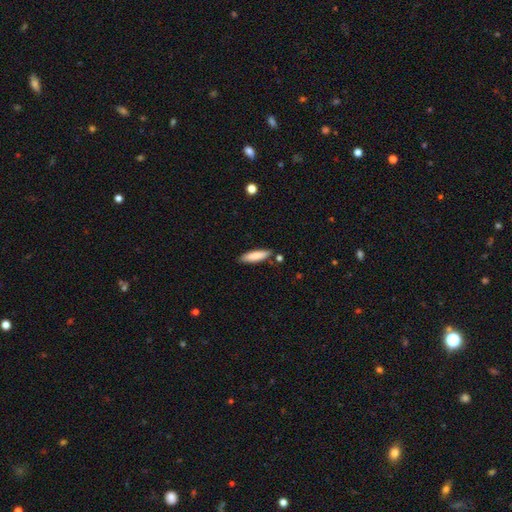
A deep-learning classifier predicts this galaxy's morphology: Smooth or featured? Predicted: smooth (p=0.83). How rounded? Predicted: cigar-shaped (p=0.67). Merging? Predicted: none (p=0.82).